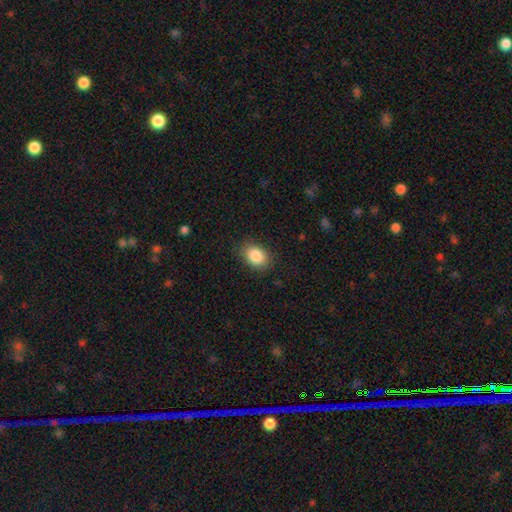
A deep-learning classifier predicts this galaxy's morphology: This is clearly a smooth galaxy (87%). How rounded: likely in between (71%). Merging: clearly none (85%).